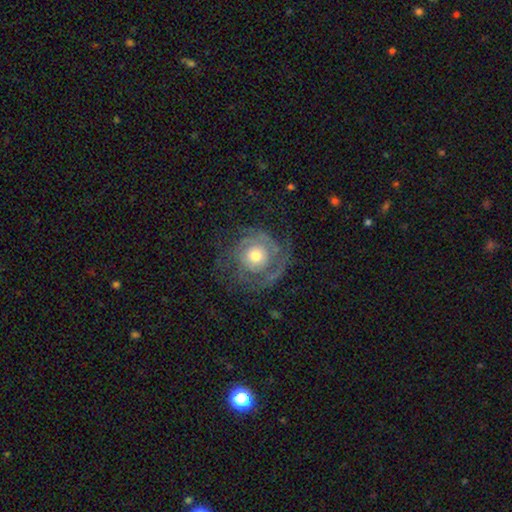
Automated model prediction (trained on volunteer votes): Smooth or featured? Predicted: featured or disk (p=0.73). Edge-on disk? Predicted: no (p=0.97). Bar? Predicted: no (p=0.84). Spiral arms? Predicted: yes (p=0.81). Spiral winding? Predicted: tight (p=0.60). Spiral arm count? Predicted: can't tell (p=0.39). Bulge size? Predicted: moderate (p=0.67). Merging? Predicted: none (p=0.64).